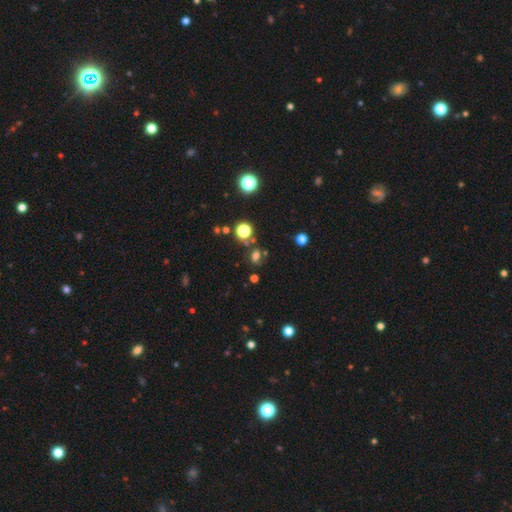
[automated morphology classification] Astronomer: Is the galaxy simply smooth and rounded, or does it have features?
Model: smooth — 52% (runner-up: star or artifact, 32%).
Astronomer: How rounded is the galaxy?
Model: in between — 51% (runner-up: round, 47%).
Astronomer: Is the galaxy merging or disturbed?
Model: none — 64%.